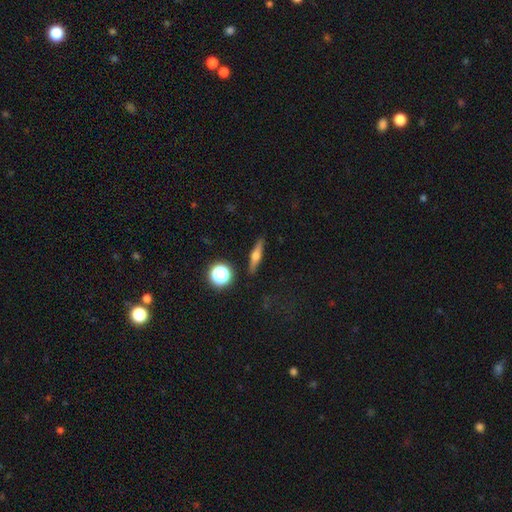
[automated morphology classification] Smooth or featured? featured or disk (54%)
Edge-on disk? yes (94%)
Edge-on bulge? rounded (91%)
Merging? none (90%)